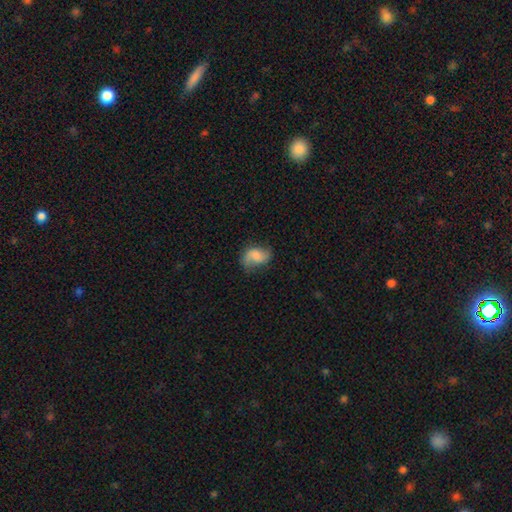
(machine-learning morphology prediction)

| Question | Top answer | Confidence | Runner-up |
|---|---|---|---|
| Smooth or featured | smooth | 49% | featured or disk (42%) |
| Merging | none | 61% | minor disturbance (26%) |